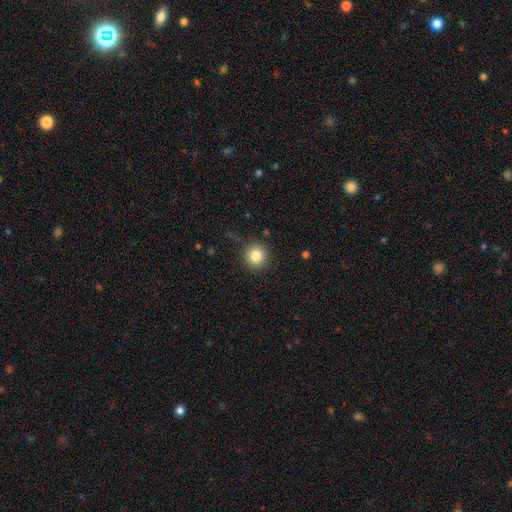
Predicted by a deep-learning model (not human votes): Smooth or featured: smooth — 84% (star or artifact — 10%)
How rounded: round — 92% (in between — 7%)
Merging: none — 87% (minor disturbance — 9%)